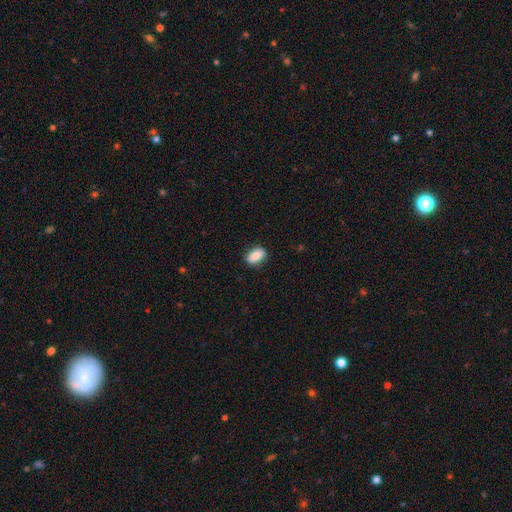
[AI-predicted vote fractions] Smooth or featured? Predicted: smooth (p=0.85). How rounded? Predicted: in between (p=0.88). Merging? Predicted: none (p=0.83).